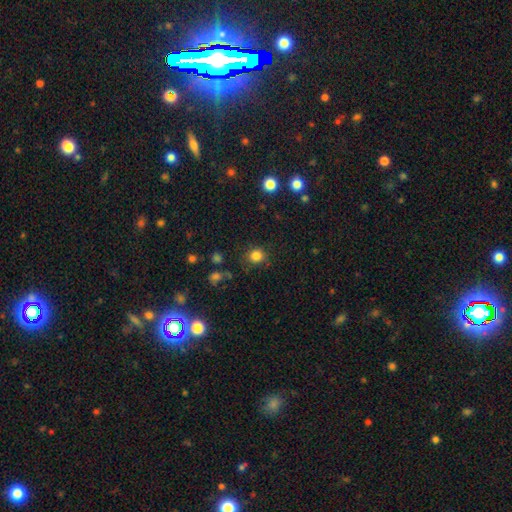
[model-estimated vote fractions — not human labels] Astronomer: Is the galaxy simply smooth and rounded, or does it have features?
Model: smooth — 83%.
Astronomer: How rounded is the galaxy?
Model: round — 85%.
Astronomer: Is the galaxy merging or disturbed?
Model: none — 83%.